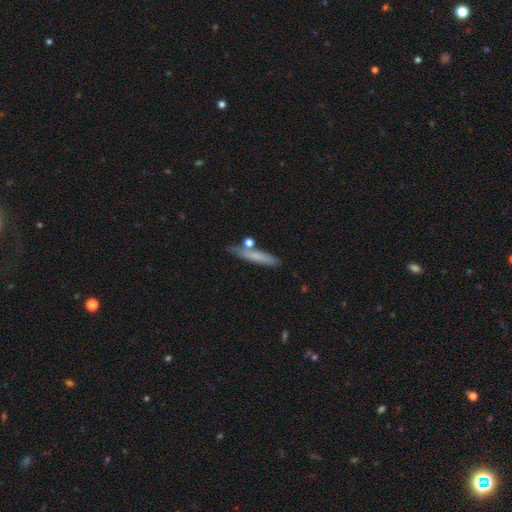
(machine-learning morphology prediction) The model was most divided on "smooth or featured": smooth: 69%, featured or disk: 24%, star or artifact: 7%. More confident: how rounded — cigar-shaped (89%); merging — none (75%).